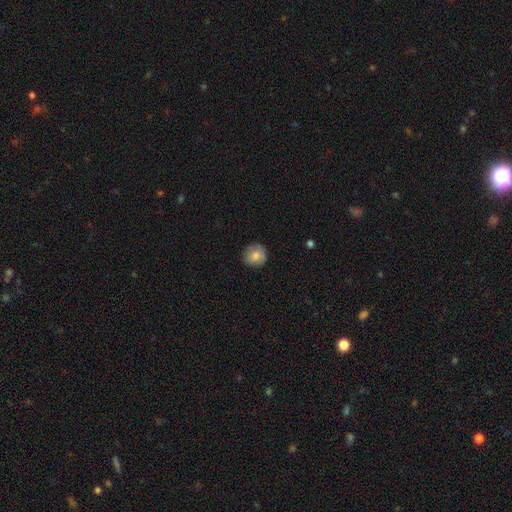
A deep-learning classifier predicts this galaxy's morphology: This is clearly a smooth galaxy (81%). How rounded: clearly round (92%). Merging: clearly none (87%).